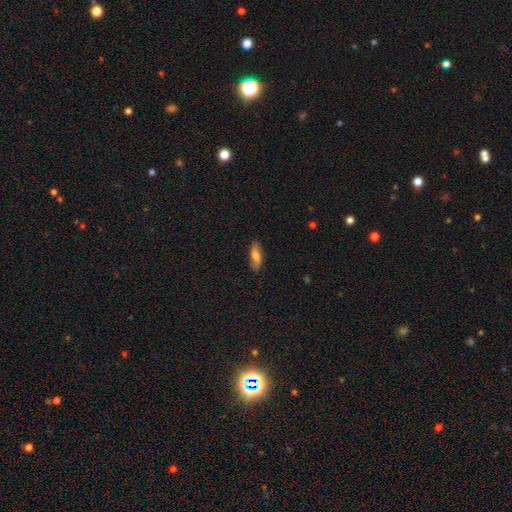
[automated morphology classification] This is likely a smooth galaxy (74%). How rounded: likely in between (64%). Merging: clearly none (82%).